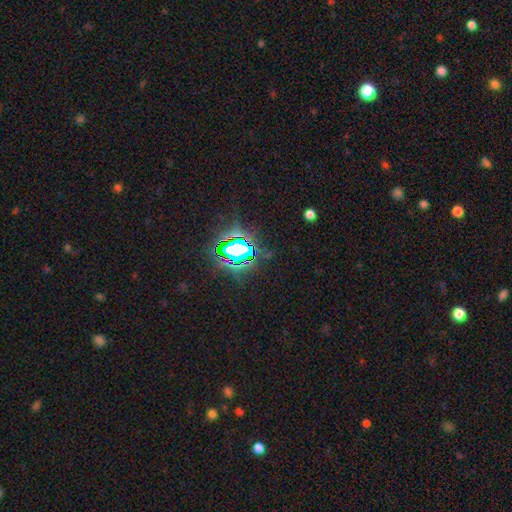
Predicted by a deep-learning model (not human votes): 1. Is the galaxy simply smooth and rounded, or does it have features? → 84% star or artifact, 10% smooth, 6% featured or disk.